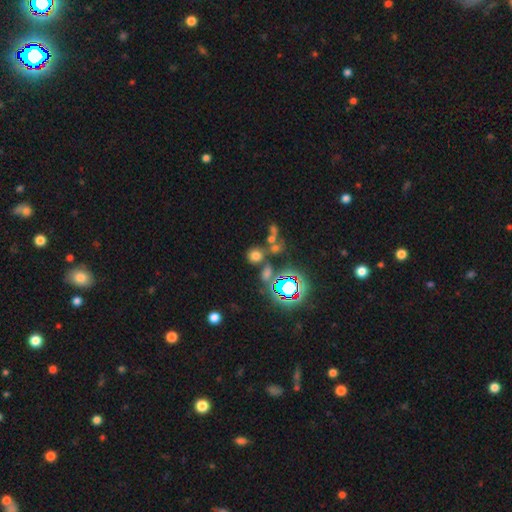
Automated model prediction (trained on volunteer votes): smooth 62%, star or artifact 29%, featured or disk 9%. Down the decision tree: how rounded — round (77%); merging — none (65%).